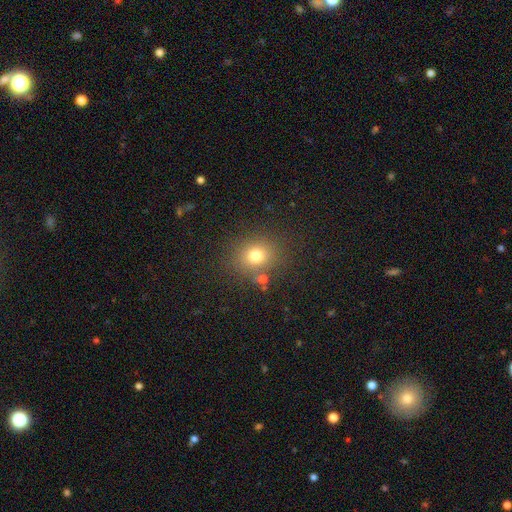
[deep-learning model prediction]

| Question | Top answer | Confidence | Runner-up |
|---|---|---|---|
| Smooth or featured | smooth | 75% | star or artifact (16%) |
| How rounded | round | 71% | in between (28%) |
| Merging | none | 79% | minor disturbance (11%) |